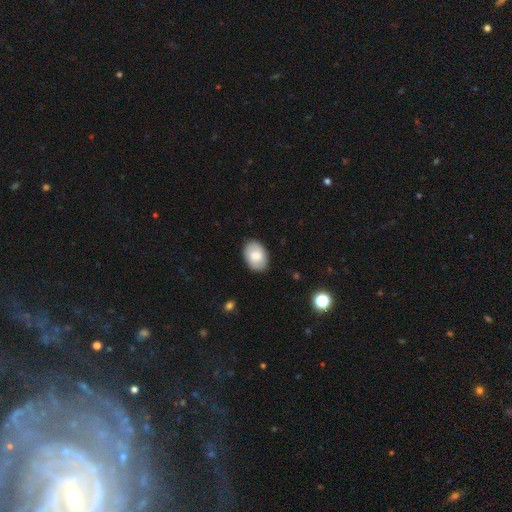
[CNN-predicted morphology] This is likely a smooth galaxy (79%). How rounded: clearly in between (87%). Merging: clearly none (86%).